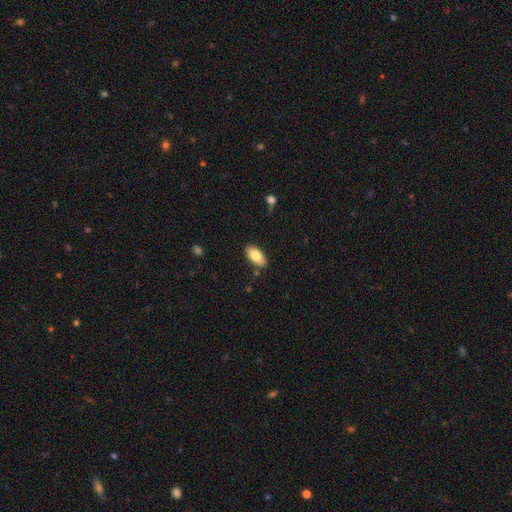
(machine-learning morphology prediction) This is likely a smooth galaxy (80%). How rounded: clearly in between (93%). Merging: clearly none (85%).